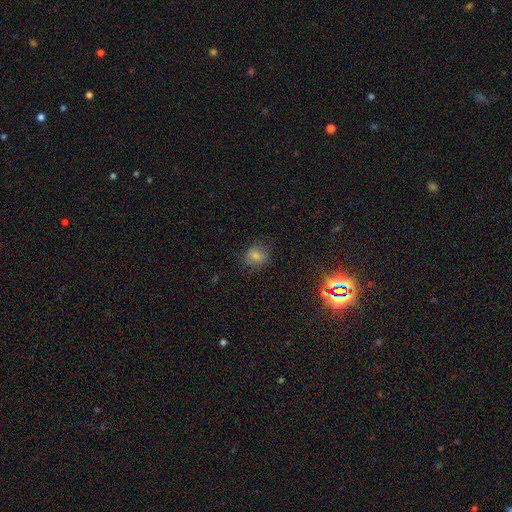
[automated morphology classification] Smooth or featured?
  - smooth: 76% *
  - star or artifact: 13%
  - featured or disk: 11%
How rounded?
  - round: 68% *
  - in between: 31%
  - cigar-shaped: 1%
Merging?
  - none: 78% *
  - minor disturbance: 16%
  - major disturbance: 5%
  - merger: 1%